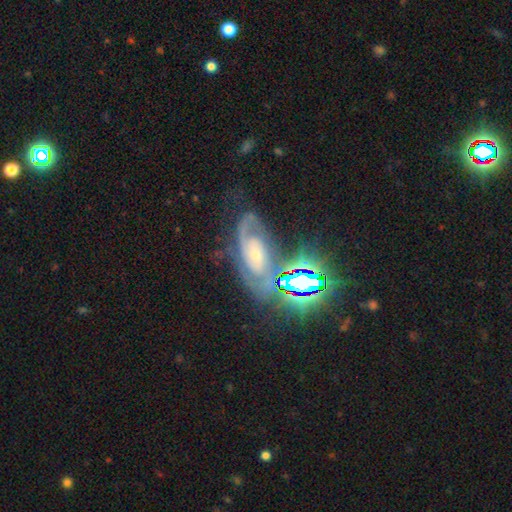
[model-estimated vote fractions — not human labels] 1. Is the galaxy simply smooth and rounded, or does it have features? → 68% featured or disk, 21% star or artifact, 11% smooth.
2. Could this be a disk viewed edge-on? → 94% no, 6% yes.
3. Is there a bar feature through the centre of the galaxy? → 57% no, 30% weak, 13% strong.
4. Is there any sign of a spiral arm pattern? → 94% yes, 6% no.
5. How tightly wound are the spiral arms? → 46% tight, 42% medium, 12% loose.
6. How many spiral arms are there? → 64% 2, 17% can't tell, 6% 3, 6% 1, 3% 4, 3% more than 4.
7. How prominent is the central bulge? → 58% small, 32% moderate, 4% large, 4% none, 2% dominant.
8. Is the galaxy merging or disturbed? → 58% none, 20% minor disturbance, 13% major disturbance, 9% merger.